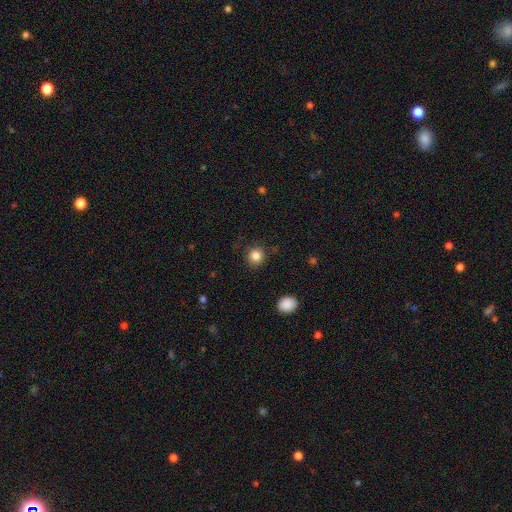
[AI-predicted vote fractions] Smooth or featured? Predicted: smooth (p=0.85). How rounded? Predicted: round (p=0.89). Merging? Predicted: none (p=0.87).